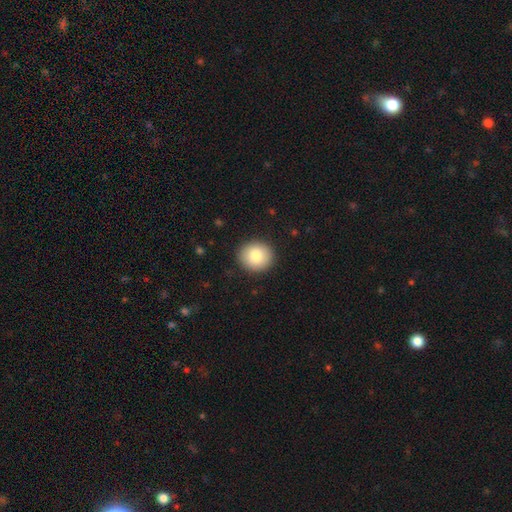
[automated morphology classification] Q: Smooth or featured?
A: smooth (83%); runner-up: featured or disk (9%)
Q: How rounded?
A: round (84%); runner-up: in between (15%)
Q: Merging?
A: none (91%); runner-up: minor disturbance (6%)